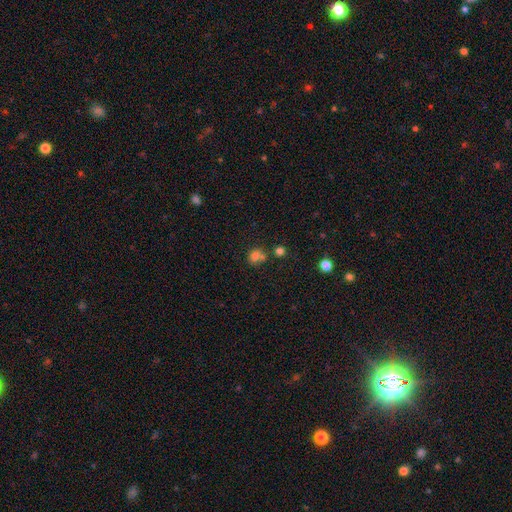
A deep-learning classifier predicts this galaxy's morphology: The model was most divided on "merging": none: 46%, merger: 38%, minor disturbance: 11%, major disturbance: 5%. More confident: smooth or featured — smooth (75%); how rounded — round (72%).